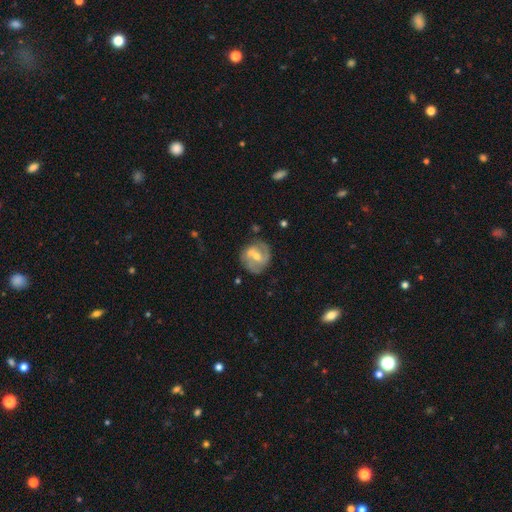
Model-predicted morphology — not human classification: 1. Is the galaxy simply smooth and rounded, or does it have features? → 65% featured or disk, 29% smooth, 7% star or artifact.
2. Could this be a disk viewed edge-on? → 97% no, 3% yes.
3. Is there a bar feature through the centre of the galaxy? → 43% weak, 41% no, 16% strong.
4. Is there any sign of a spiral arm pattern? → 72% yes, 28% no.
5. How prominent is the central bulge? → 62% moderate, 33% small, 2% large, 2% none, 1% dominant.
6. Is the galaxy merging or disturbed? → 61% none, 18% merger, 16% minor disturbance, 6% major disturbance.